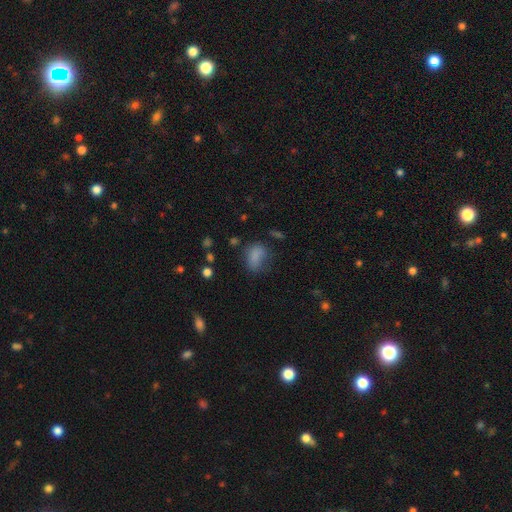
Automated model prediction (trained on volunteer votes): smooth 79%, star or artifact 12%, featured or disk 8%. Down the decision tree: how rounded — in between (78%); merging — none (49%).